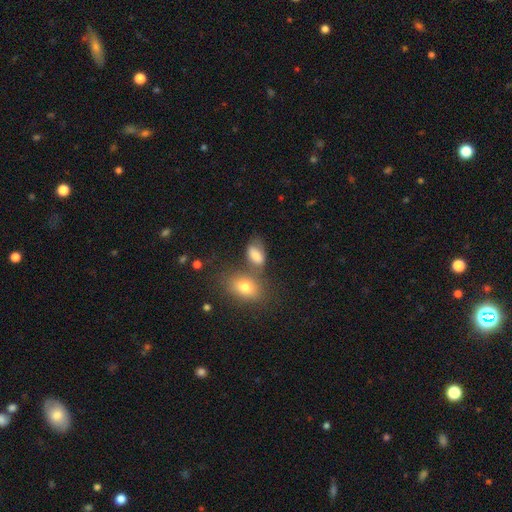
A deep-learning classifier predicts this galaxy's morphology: Overall: smooth (76%). How rounded: in between (88%). Merging: none (46%; merger 25%).